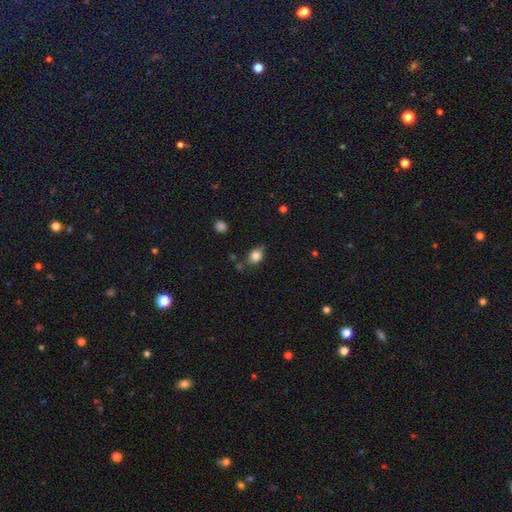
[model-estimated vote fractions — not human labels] Smooth or featured? smooth (84%)
How rounded? in between (59%)
Merging? none (67%)